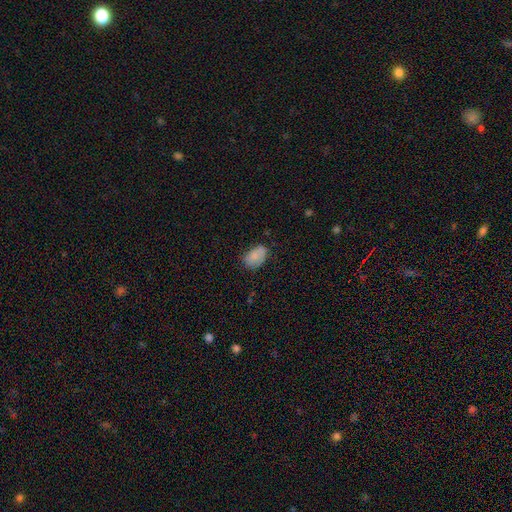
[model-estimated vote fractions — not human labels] A smooth galaxy with no disk features (78%) that is in between round and cigar-shaped (87%). Merging: none (61%).